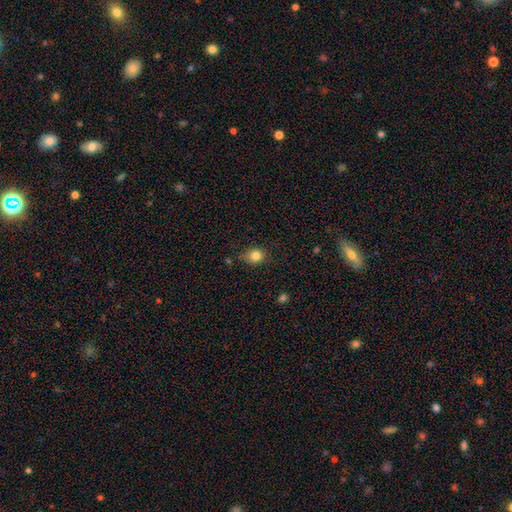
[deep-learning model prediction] Smooth or featured? smooth (83%)
How rounded? round (68%)
Merging? none (72%)